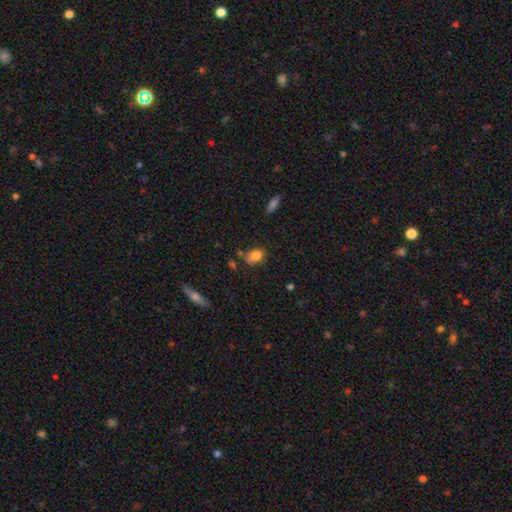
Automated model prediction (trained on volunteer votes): Q: Smooth or featured?
A: smooth (80%); runner-up: featured or disk (10%)
Q: How rounded?
A: in between (71%); runner-up: round (27%)
Q: Merging?
A: none (58%); runner-up: minor disturbance (26%)